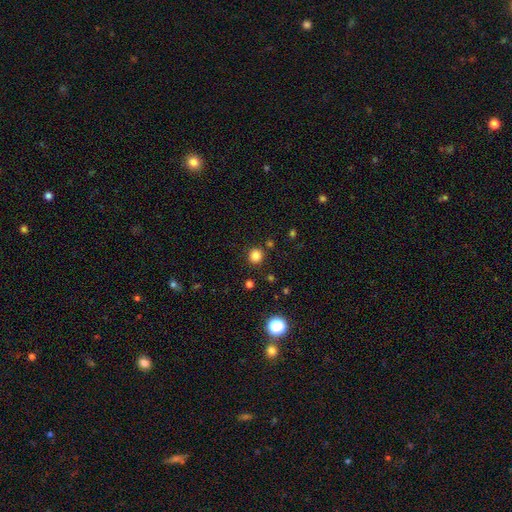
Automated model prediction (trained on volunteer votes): Smooth or featured?
  - smooth: 82% *
  - star or artifact: 14%
  - featured or disk: 4%
How rounded?
  - round: 92% *
  - in between: 7%
  - cigar-shaped: 1%
Merging?
  - none: 87% *
  - minor disturbance: 7%
  - merger: 4%
  - major disturbance: 2%